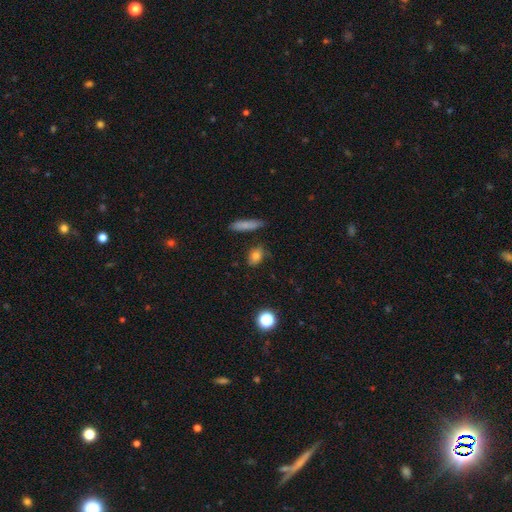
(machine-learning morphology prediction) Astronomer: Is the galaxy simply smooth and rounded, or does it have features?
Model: smooth — 80%.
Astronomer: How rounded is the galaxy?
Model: in between — 71%.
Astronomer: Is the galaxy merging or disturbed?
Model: none — 77%.